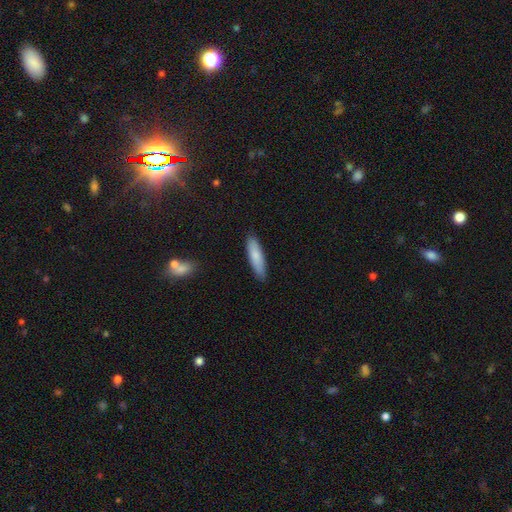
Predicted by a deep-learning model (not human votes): This is clearly a smooth galaxy (81%). How rounded: likely cigar-shaped (71%). Merging: clearly none (87%).